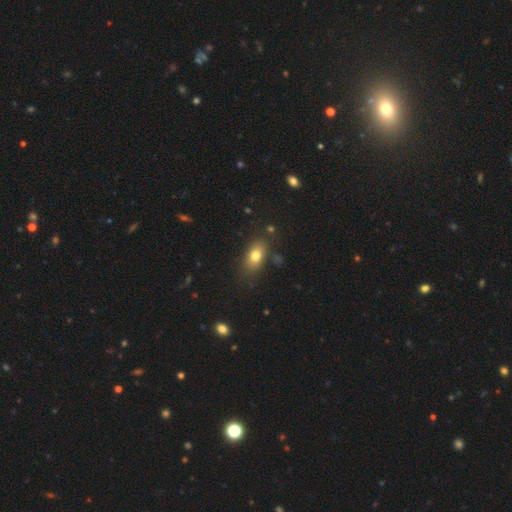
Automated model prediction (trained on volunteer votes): Smooth or featured? Predicted: smooth (p=0.77). How rounded? Predicted: in between (p=0.84). Merging? Predicted: none (p=0.79).